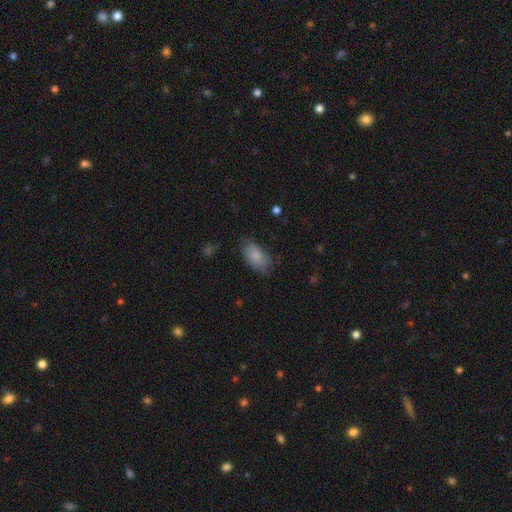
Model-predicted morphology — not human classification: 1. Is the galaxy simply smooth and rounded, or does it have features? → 83% smooth, 10% featured or disk, 7% star or artifact.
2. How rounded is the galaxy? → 92% in between, 4% round, 3% cigar-shaped.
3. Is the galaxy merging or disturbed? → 71% none, 22% minor disturbance, 6% major disturbance, 1% merger.